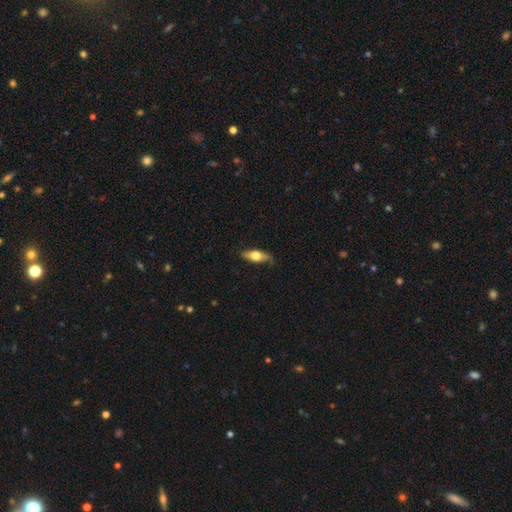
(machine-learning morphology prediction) This is likely a smooth galaxy (62%). How rounded: likely in between (67%). Merging: likely none (74%).